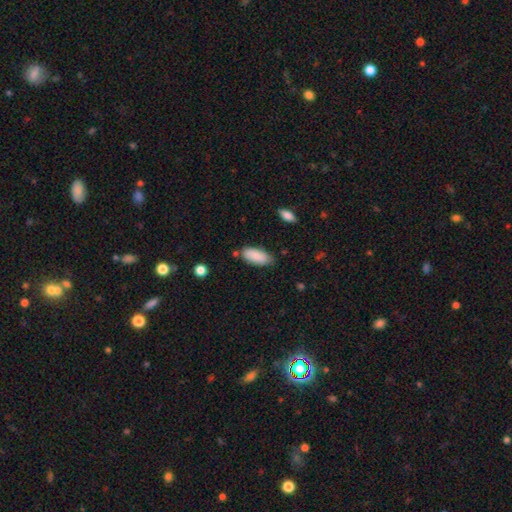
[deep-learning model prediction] smooth-or-featured: smooth: 87% | star or artifact: 6% | featured or disk: 6%
  how-rounded: in between: 87% | cigar-shaped: 12% | round: 2%
  merging: none: 72% | minor disturbance: 20% | merger: 4% | major disturbance: 3%